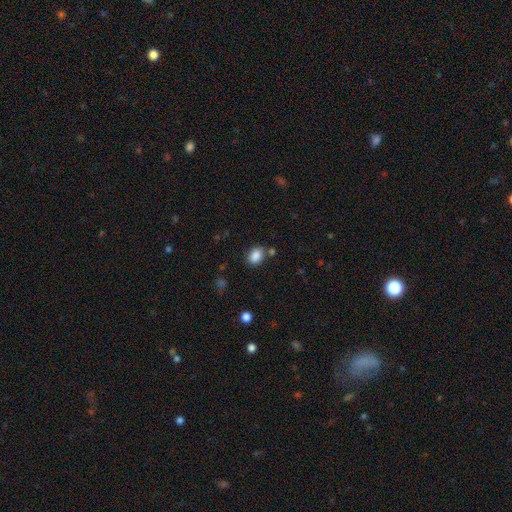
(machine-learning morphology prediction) This is clearly a smooth galaxy (87%). How rounded: likely in between (69%). Merging: likely none (76%).